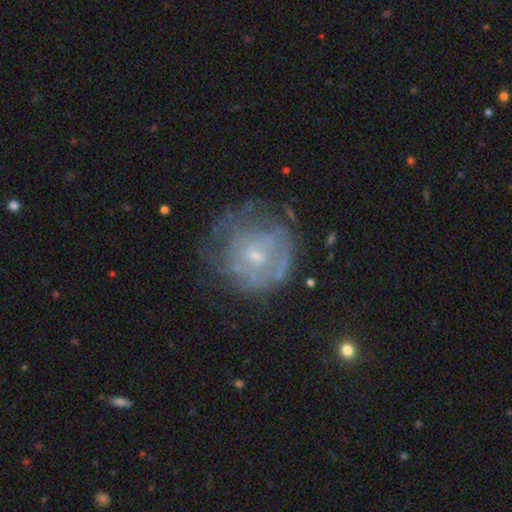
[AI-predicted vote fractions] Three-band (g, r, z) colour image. It shows a featured or disk galaxy (65%) with no bar (71%), spiral arms (56%) and a small central bulge (69%). Merging: none (57%).